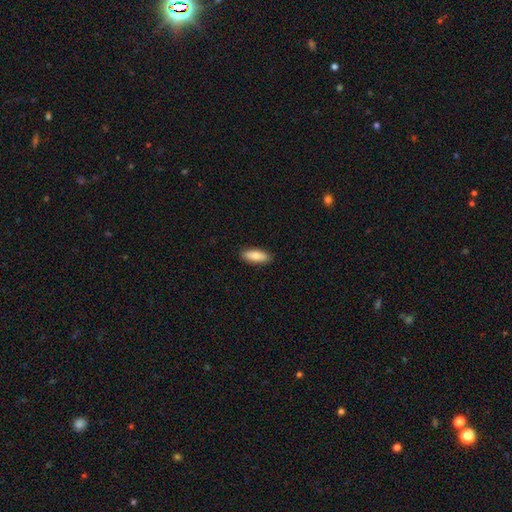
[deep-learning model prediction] Smooth or featured? Predicted: smooth (p=0.84). How rounded? Predicted: in between (p=0.74). Merging? Predicted: none (p=0.89).